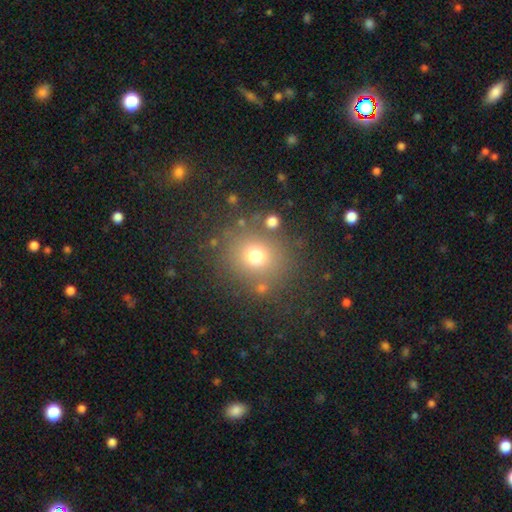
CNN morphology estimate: This is likely a smooth galaxy (71%). How rounded: clearly round (81%). Merging: likely none (80%).